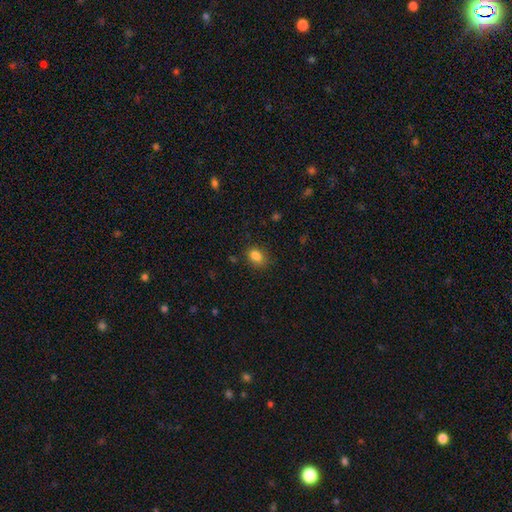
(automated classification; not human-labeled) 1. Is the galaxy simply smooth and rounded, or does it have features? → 84% smooth, 11% star or artifact, 5% featured or disk.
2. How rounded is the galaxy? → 73% in between, 26% round, 2% cigar-shaped.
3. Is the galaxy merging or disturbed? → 73% none, 18% minor disturbance, 5% major disturbance, 3% merger.